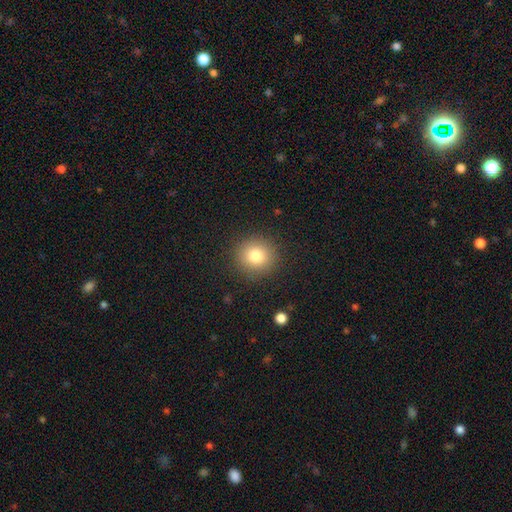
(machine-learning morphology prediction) Smooth or featured? Predicted: smooth (p=0.80). How rounded? Predicted: round (p=0.92). Merging? Predicted: none (p=0.90).